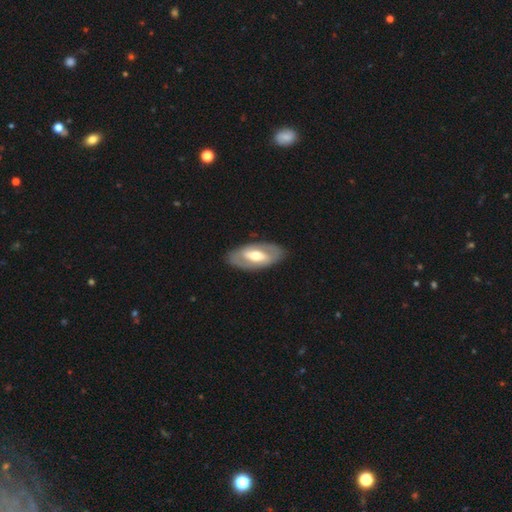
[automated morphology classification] This is likely a featured or disk galaxy (65%). It is clearly not viewed edge-on (88%). Bar: marginally strong (43%). Spiral arm pattern: likely no (61%). Central bulge: likely moderate (70%). Merging: clearly none (85%).